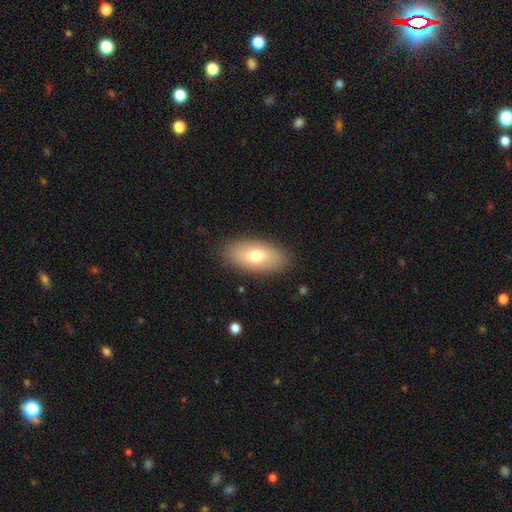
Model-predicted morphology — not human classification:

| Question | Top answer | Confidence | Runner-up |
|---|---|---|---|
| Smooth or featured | smooth | 71% | featured or disk (22%) |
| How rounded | in between | 91% | cigar-shaped (5%) |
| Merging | none | 87% | minor disturbance (10%) |